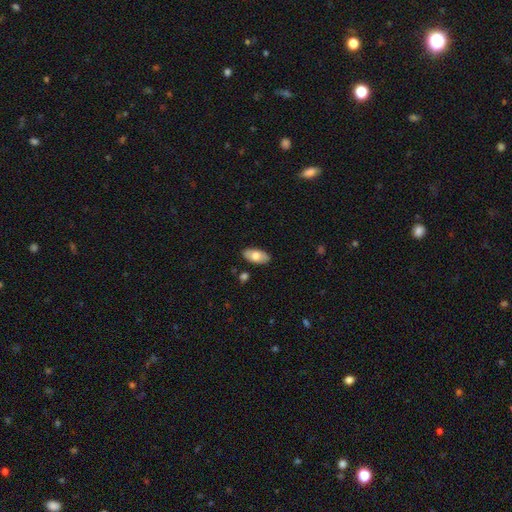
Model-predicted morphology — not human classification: A smooth galaxy with no disk features (72%) that is in between round and cigar-shaped (94%). Merging: none (87%).